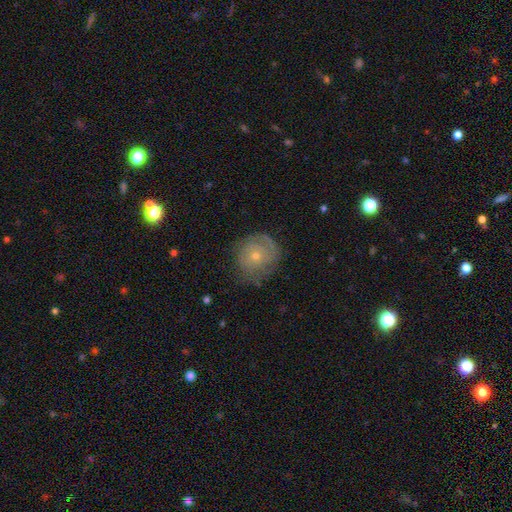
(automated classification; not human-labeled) Smooth or featured? featured or disk (67%)
Edge-on disk? no (97%)
Bar? no (83%)
Spiral arms? yes (84%)
Spiral winding? tight (71%)
Spiral arm count? can't tell (41%)
Bulge size? small (62%)
Merging? none (74%)